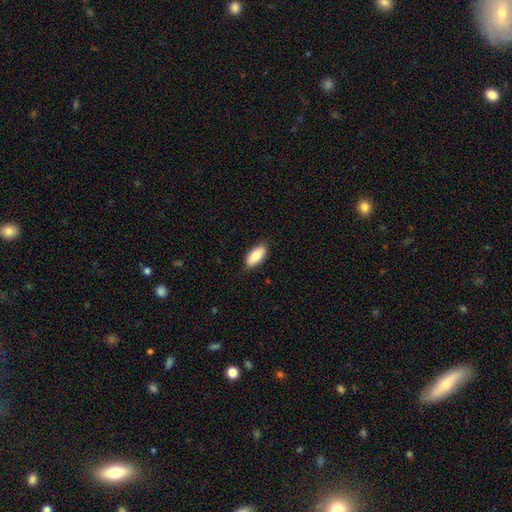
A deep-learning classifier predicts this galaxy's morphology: type=smooth (85%); roundness=in between (90%); merging=none (85%).